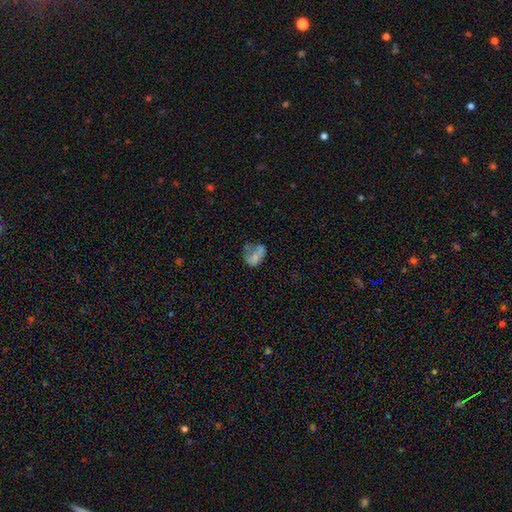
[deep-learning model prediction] A smooth galaxy with no disk features (55%) that is in between round and cigar-shaped (62%).

Vote fractions:
- Smooth or featured? smooth: 55% / featured or disk: 33% / star or artifact: 12%
- How rounded? in between: 62% / round: 37% / cigar-shaped: 1%
- Merging? major disturbance: 33% / none: 30% / minor disturbance: 24% / merger: 14%